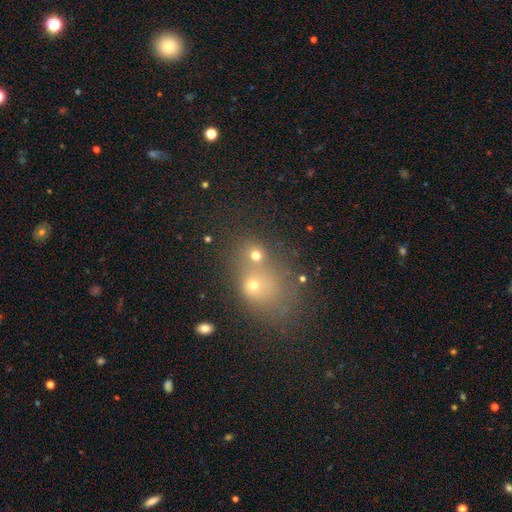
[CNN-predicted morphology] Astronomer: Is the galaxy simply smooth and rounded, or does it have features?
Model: smooth — 68%.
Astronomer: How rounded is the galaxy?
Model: round — 77%.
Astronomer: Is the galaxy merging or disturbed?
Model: merger — 46% (runner-up: none, 43%).